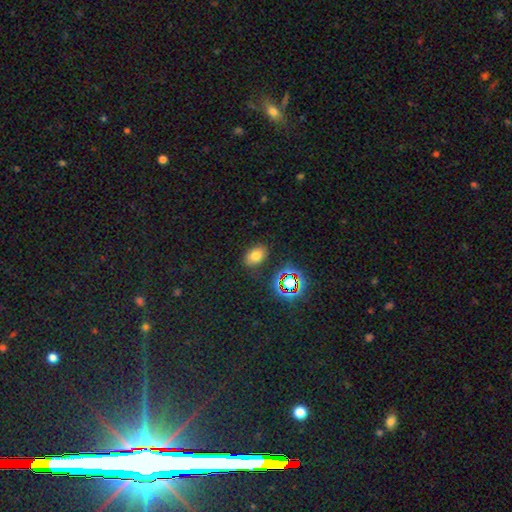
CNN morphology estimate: The model was most divided on "smooth or featured": smooth: 70%, star or artifact: 21%, featured or disk: 10%. More confident: merging — none (84%); how rounded — in between (83%).